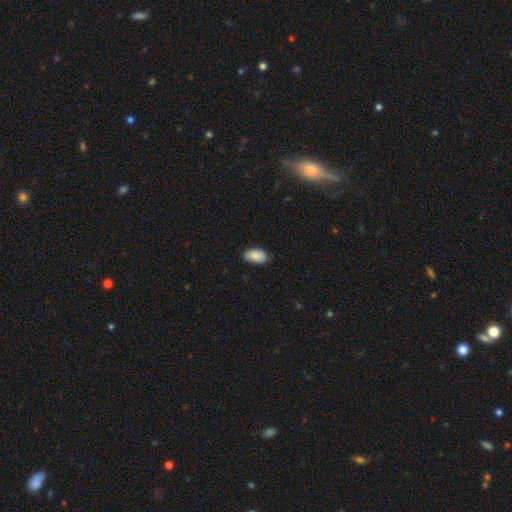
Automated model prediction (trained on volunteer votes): A smooth galaxy with no disk features (87%) that is in between round and cigar-shaped (94%). Merging: none (83%).